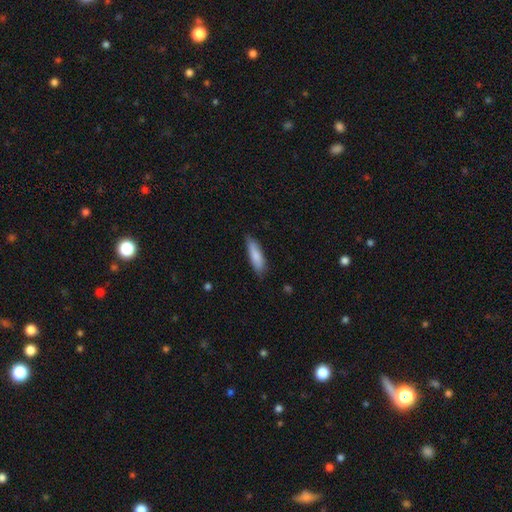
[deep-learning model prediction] smooth 84%, featured or disk 11%, star or artifact 5%. Down the decision tree: how rounded — cigar-shaped (58%); merging — none (80%).